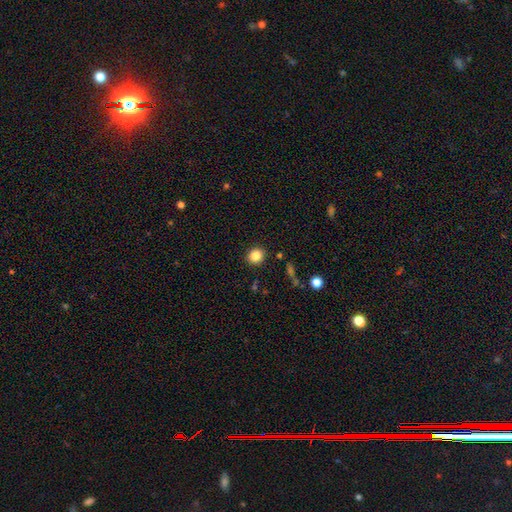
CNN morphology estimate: Overall: smooth (84%). How rounded: round (84%). Merging: none (89%).